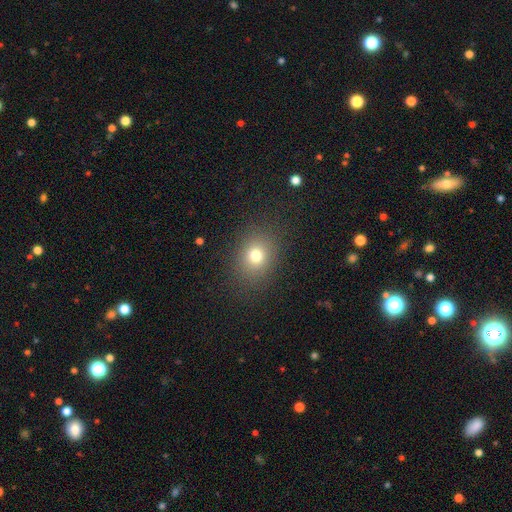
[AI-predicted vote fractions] smooth_or_featured: smooth (p=0.75) [alt: star or artifact p=0.16]
how_rounded: round (p=0.60) [alt: in between p=0.39]
merging: none (p=0.85) [alt: minor disturbance p=0.09]